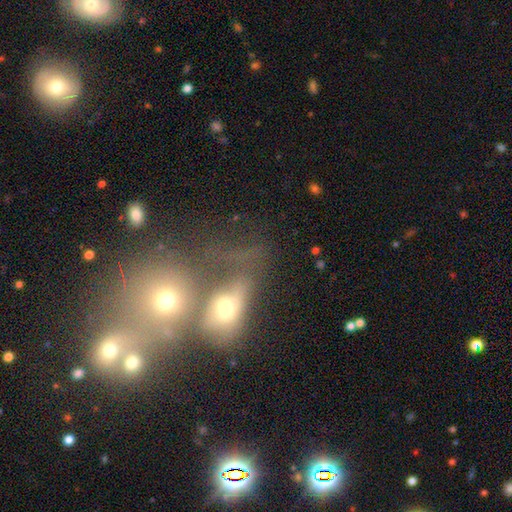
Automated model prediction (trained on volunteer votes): Smooth or featured: smooth — 50% (featured or disk — 29%)
How rounded: in between — 56% (round — 38%)
Merging: merger — 58% (none — 18%)